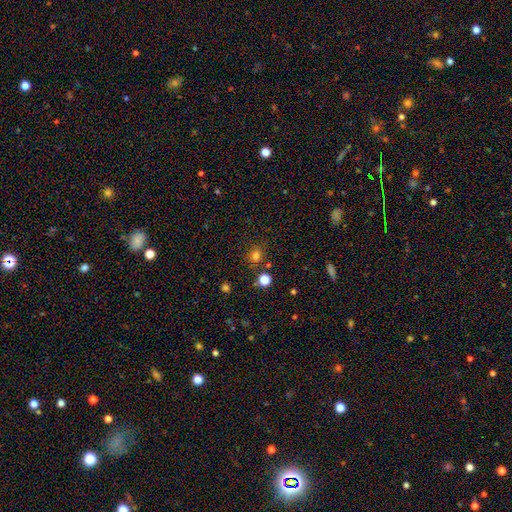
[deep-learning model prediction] Overall: smooth (75%). How rounded: round (76%). Merging: none (81%).